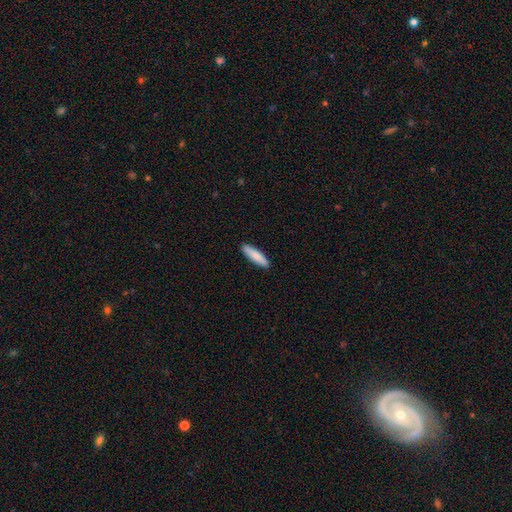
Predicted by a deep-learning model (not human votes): Overall: smooth (84%). How rounded: cigar-shaped (76%). Merging: none (91%).